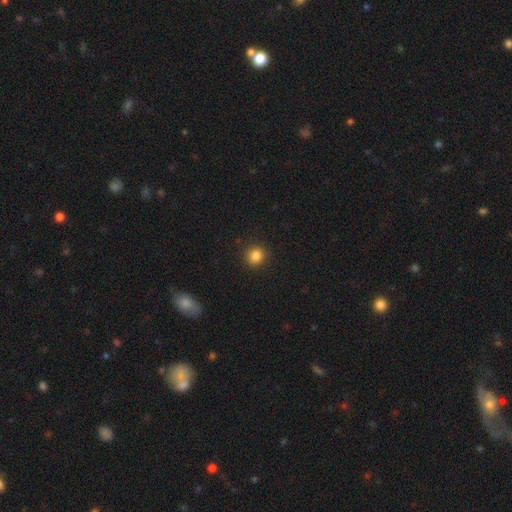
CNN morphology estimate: This is clearly a smooth galaxy (85%). How rounded: clearly round (88%). Merging: clearly none (90%).